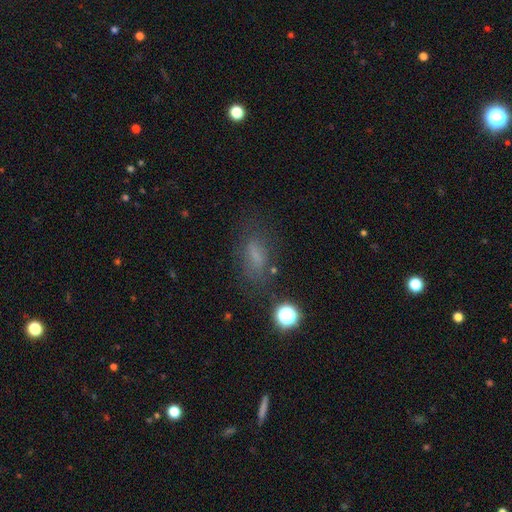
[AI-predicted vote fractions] smooth-or-featured: smooth: 60% | star or artifact: 21% | featured or disk: 20%
  how-rounded: in between: 73% | cigar-shaped: 17% | round: 10%
  merging: none: 67% | minor disturbance: 18% | major disturbance: 11% | merger: 3%